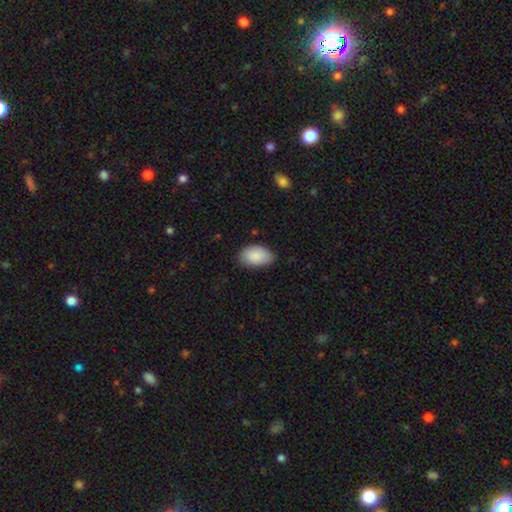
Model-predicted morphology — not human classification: This appears to be a smooth galaxy with no disk features (88%) that is in between round and cigar-shaped (93%). Merging: none (75%).